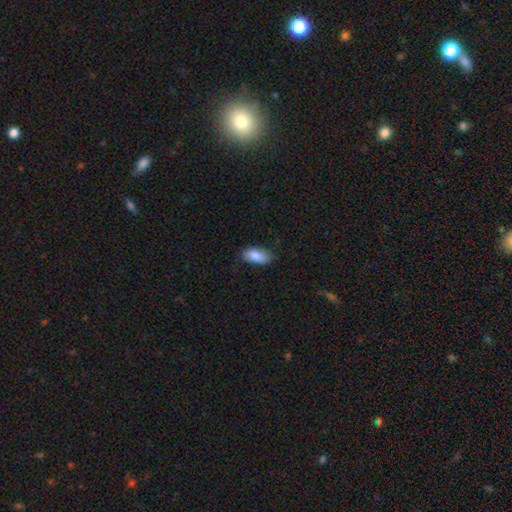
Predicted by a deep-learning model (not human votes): Overall: smooth (86%). How rounded: in between (92%). Merging: none (75%).